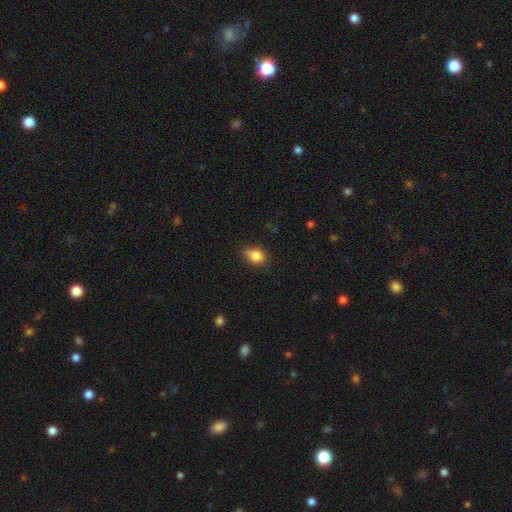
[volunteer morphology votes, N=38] smooth 82%, featured or disk 13%, star or artifact 5%. Down the decision tree: how rounded — in between (74%); merging — none (53%).